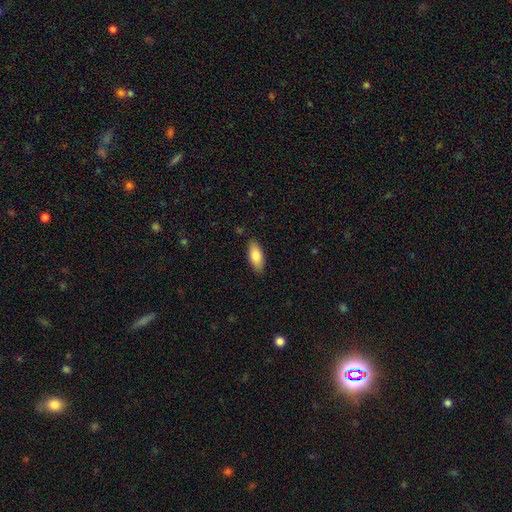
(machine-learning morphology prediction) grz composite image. It shows a smooth galaxy with no disk features (82%) that is in between round and cigar-shaped (82%). Merging: none (86%).